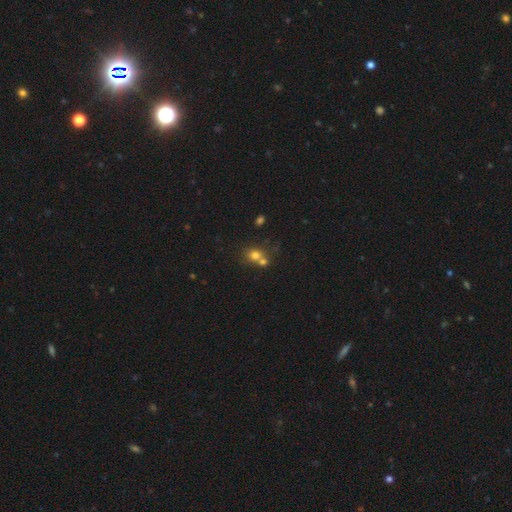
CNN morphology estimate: Smooth or featured: smooth — 72% (star or artifact — 16%)
How rounded: round — 76% (in between — 23%)
Merging: merger — 47% (none — 42%)